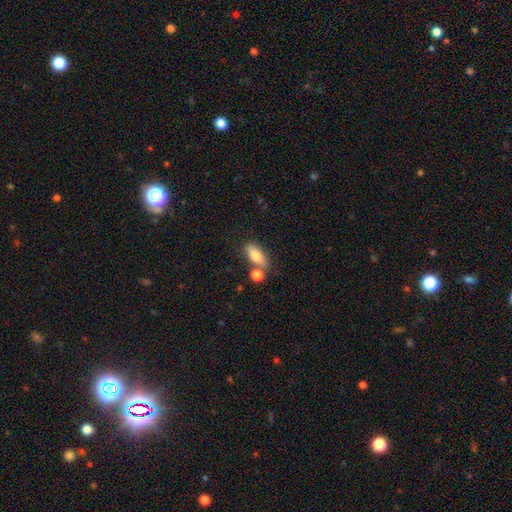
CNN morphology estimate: A smooth galaxy with no disk features (76%) that is in between round and cigar-shaped (75%).

Vote fractions:
- Smooth or featured? smooth: 76% / featured or disk: 17% / star or artifact: 7%
- How rounded? in between: 75% / cigar-shaped: 20% / round: 6%
- Merging? none: 62% / merger: 21% / minor disturbance: 13% / major disturbance: 4%